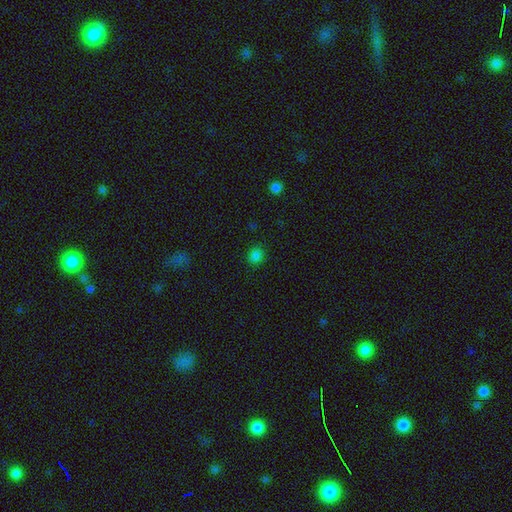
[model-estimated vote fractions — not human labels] Smooth or featured? smooth (81%)
How rounded? round (76%)
Merging? none (89%)